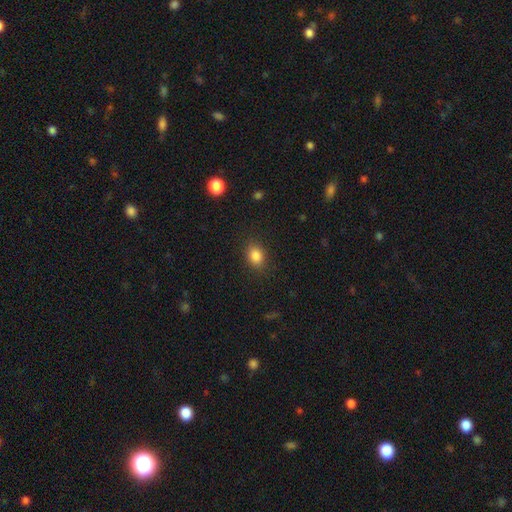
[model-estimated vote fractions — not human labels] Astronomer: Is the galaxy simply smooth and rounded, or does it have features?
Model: smooth — 85%.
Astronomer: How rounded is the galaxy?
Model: in between — 60% (runner-up: round, 39%).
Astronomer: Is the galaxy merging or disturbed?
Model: none — 86%.